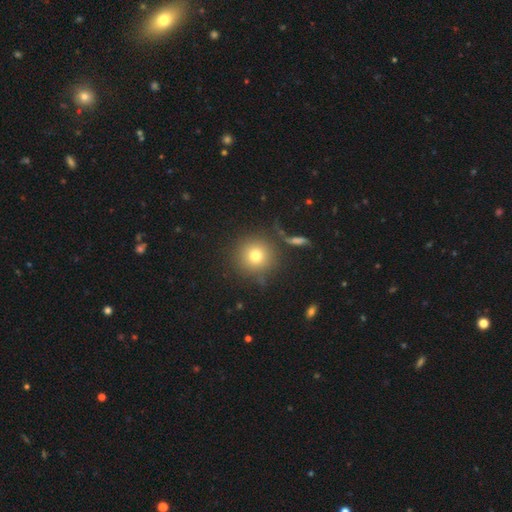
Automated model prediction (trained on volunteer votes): smooth_or_featured: smooth (p=0.76) [alt: star or artifact p=0.13]
how_rounded: round (p=0.94) [alt: in between p=0.05]
merging: none (p=0.83) [alt: minor disturbance p=0.09]